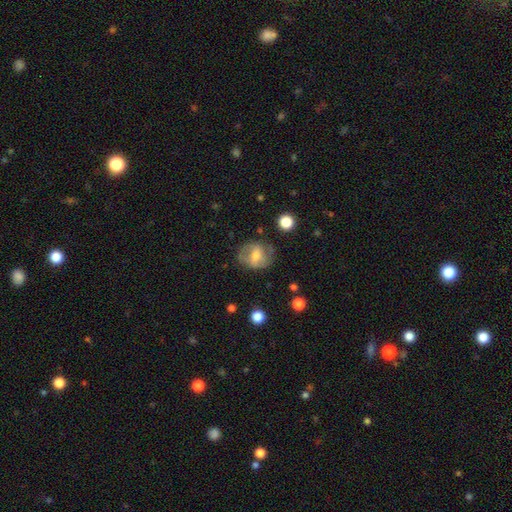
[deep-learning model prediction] This appears to be a featured or disk galaxy (51%). Merging: none (65%).